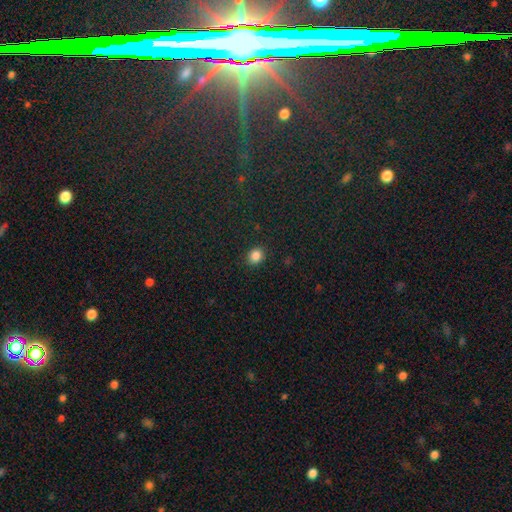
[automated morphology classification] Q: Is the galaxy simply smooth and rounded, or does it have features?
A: smooth — 85%.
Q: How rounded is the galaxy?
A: round — 64%.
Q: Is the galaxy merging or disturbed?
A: none — 89%.